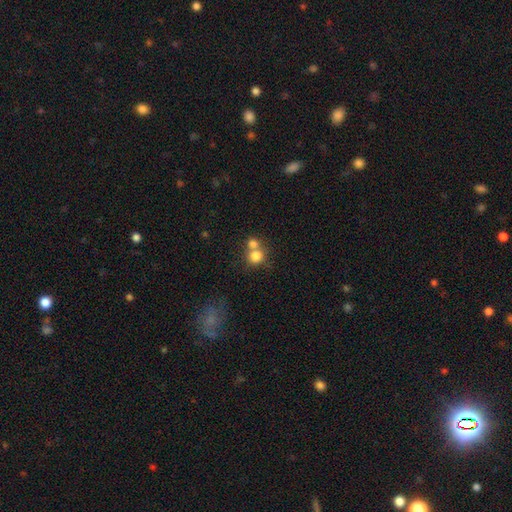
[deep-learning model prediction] A smooth galaxy with no disk features (78%) that is round (85%).

Vote fractions:
- Smooth or featured? smooth: 78% / featured or disk: 11% / star or artifact: 11%
- How rounded? round: 85% / in between: 14% / cigar-shaped: 1%
- Merging? merger: 49% / none: 41% / minor disturbance: 6% / major disturbance: 3%